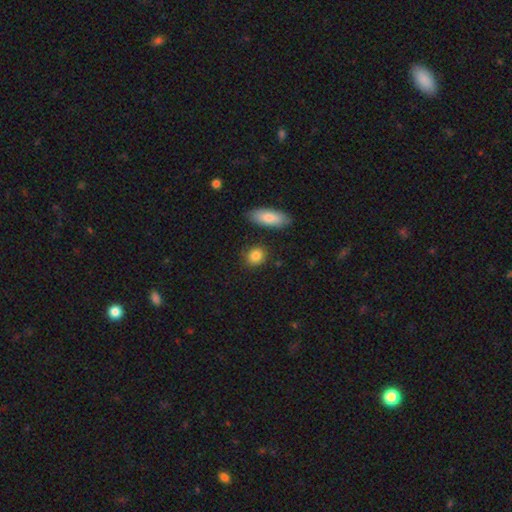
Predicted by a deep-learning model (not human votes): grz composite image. It shows a smooth galaxy with no disk features (87%) that is round (66%). Merging: none (84%).